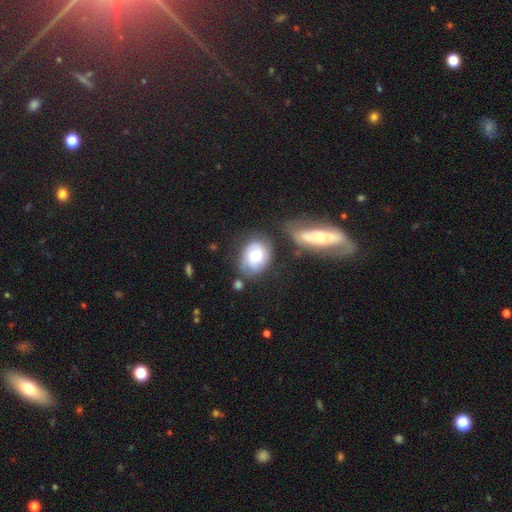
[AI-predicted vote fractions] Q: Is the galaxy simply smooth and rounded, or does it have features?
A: featured or disk — 52%.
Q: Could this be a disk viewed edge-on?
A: no — 95%.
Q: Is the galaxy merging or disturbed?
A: none — 55%.